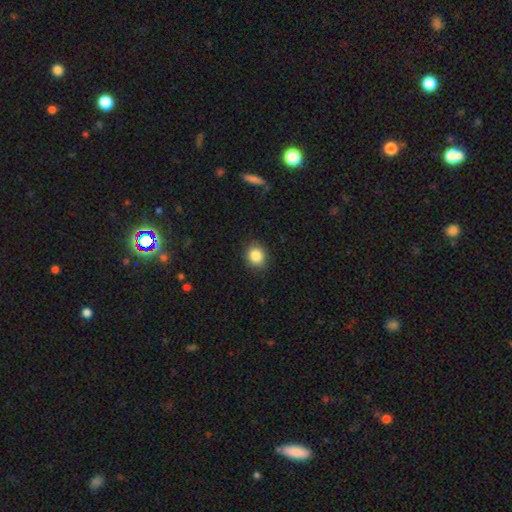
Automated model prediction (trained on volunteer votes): This is clearly a smooth galaxy (86%). How rounded: likely round (73%). Merging: clearly none (87%).